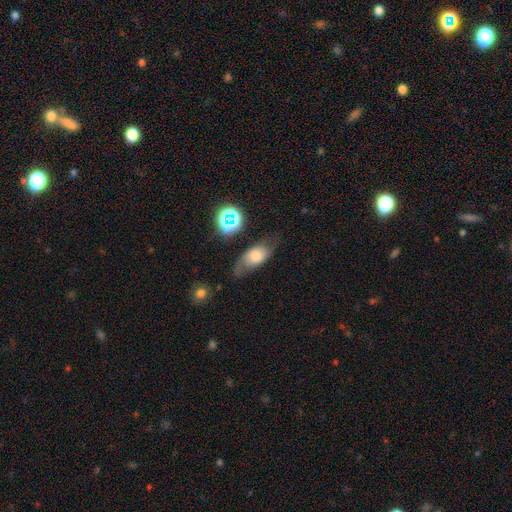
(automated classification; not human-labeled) Smooth or featured? smooth (52%)
How rounded? in between (81%)
Merging? none (53%)